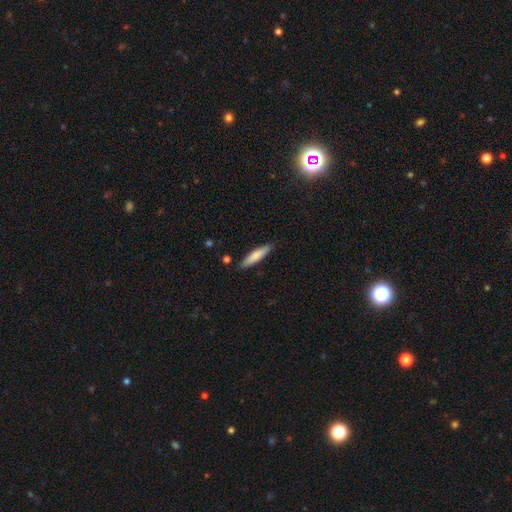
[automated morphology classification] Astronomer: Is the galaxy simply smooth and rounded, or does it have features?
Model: smooth — 76%.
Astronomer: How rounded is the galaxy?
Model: cigar-shaped — 84%.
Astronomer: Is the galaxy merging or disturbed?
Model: none — 86%.